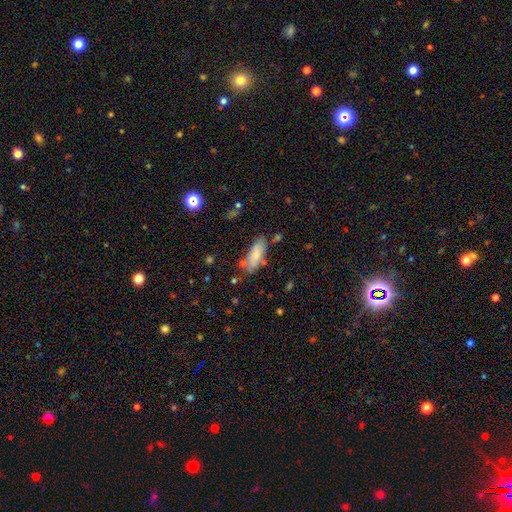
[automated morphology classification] smooth-or-featured: smooth: 73% | featured or disk: 20% | star or artifact: 8%
  how-rounded: in between: 77% | cigar-shaped: 20% | round: 2%
  merging: none: 57% | minor disturbance: 25% | major disturbance: 9% | merger: 9%